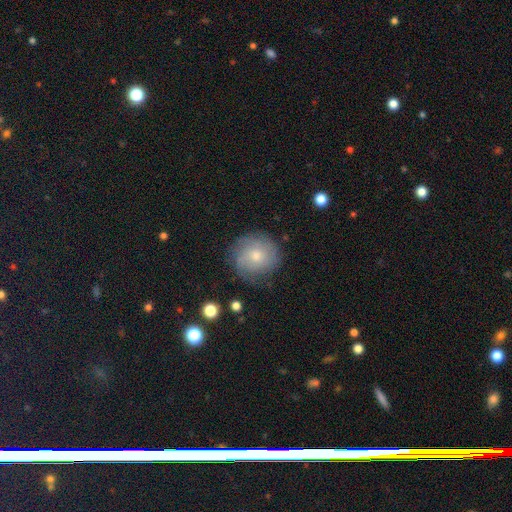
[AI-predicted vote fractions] Smooth or featured? Predicted: featured or disk (p=0.50). Edge-on disk? Predicted: no (p=0.97). Merging? Predicted: none (p=0.75).